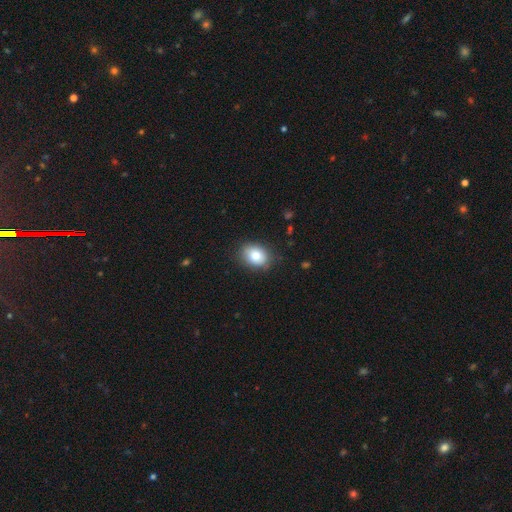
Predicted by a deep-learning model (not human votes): Overall: smooth (81%). How rounded: in between (67%; round 32%). Merging: none (84%).